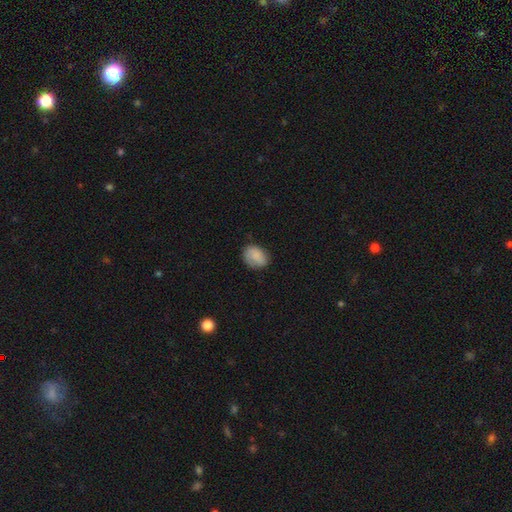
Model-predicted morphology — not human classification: Smooth or featured?
  - smooth: 83% *
  - featured or disk: 9%
  - star or artifact: 8%
How rounded?
  - in between: 61% *
  - round: 38%
  - cigar-shaped: 1%
Merging?
  - none: 70% *
  - minor disturbance: 24%
  - major disturbance: 6%
  - merger: 1%